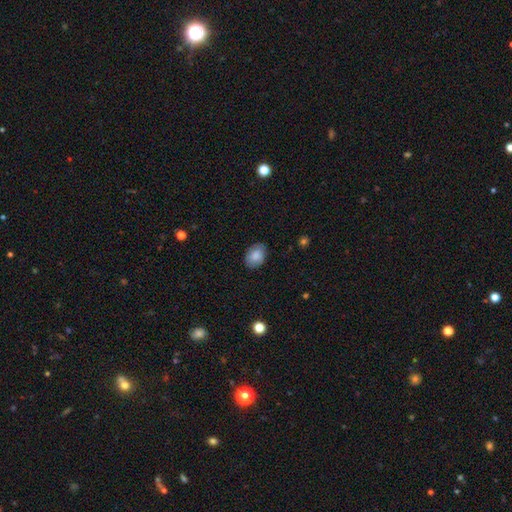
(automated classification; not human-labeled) This appears to be a smooth galaxy with no disk features (79%) that is in between round and cigar-shaped (78%). Merging: none (82%).